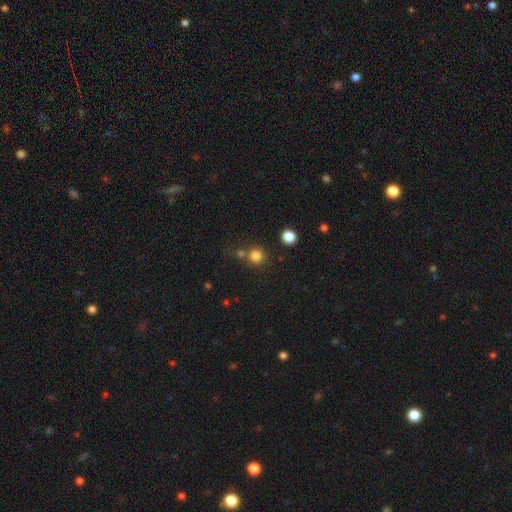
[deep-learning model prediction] Smooth or featured? Predicted: smooth (p=0.80). How rounded? Predicted: round (p=0.92). Merging? Predicted: none (p=0.70).